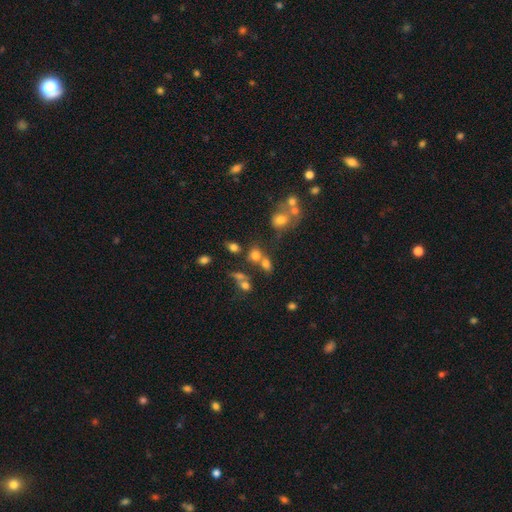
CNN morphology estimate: This is likely a smooth galaxy (67%). How rounded: possibly round (59%). Merging: possibly none (46%).